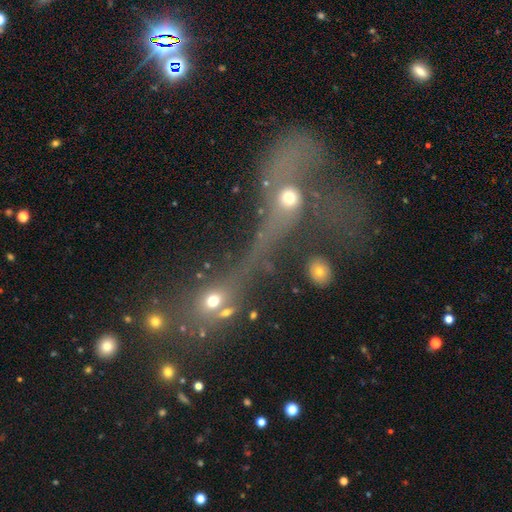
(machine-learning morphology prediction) Smooth or featured: smooth — 36% (featured or disk — 35%)
Merging: merger — 54% (major disturbance — 19%)